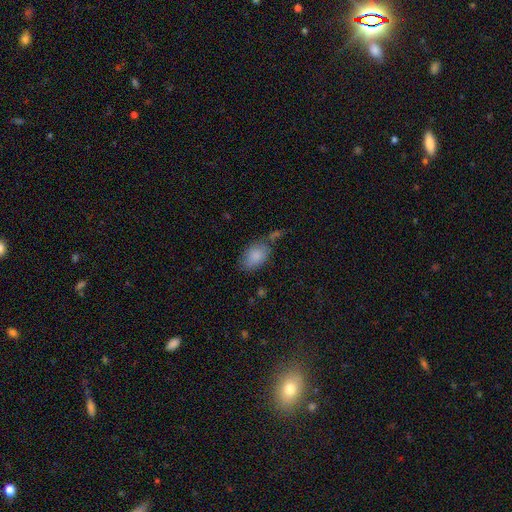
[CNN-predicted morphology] smooth-or-featured: smooth: 86% | featured or disk: 7% | star or artifact: 7%
  how-rounded: in between: 91% | round: 8% | cigar-shaped: 2%
  merging: none: 58% | minor disturbance: 22% | merger: 12% | major disturbance: 8%